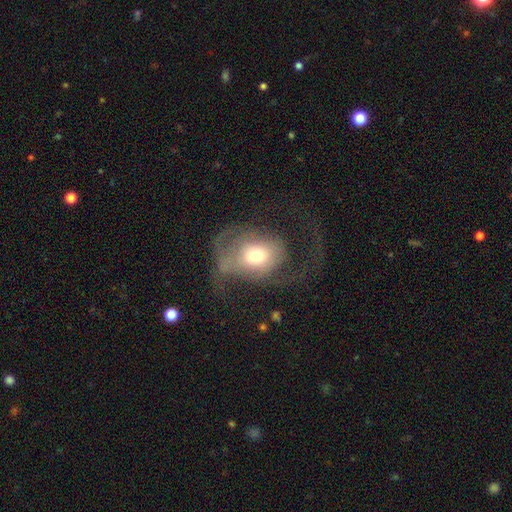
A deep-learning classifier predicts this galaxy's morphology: type=smooth (52%); roundness=in between (52%); merging=major disturbance (61%).